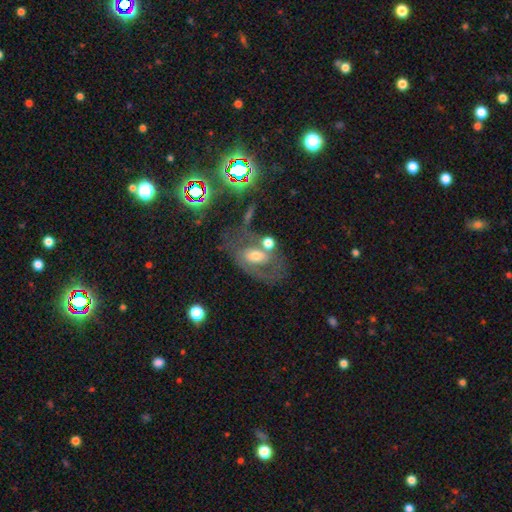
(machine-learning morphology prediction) Overall: featured or disk (57%; smooth 30%). Edge-on disk: no (92%). Bar: no (51%; weak 31%). Spiral arms: no (52%; yes 48%). Bulge size: moderate (63%; small 24%). Merging: none (43%; merger 22%).